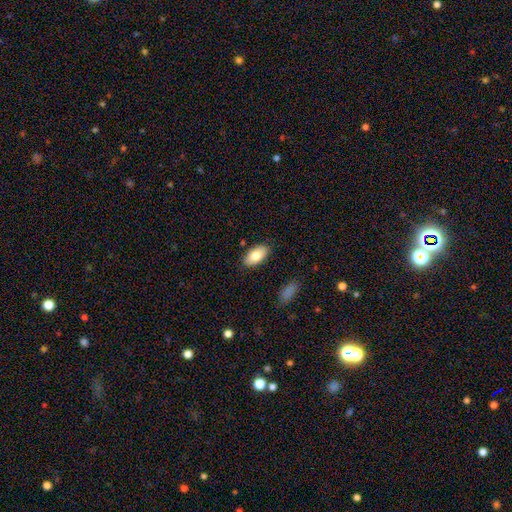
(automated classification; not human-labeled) Overall: smooth (81%). How rounded: in between (94%). Merging: none (86%).